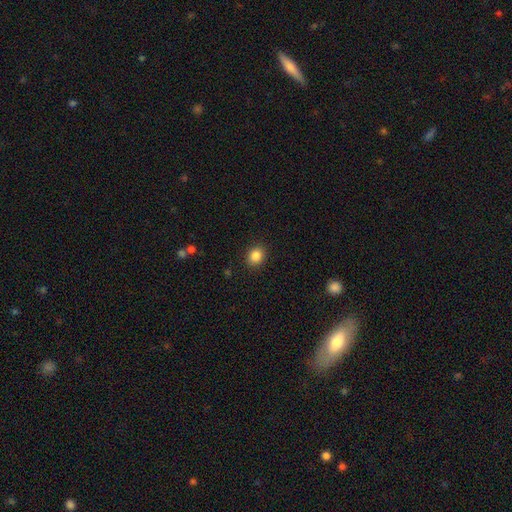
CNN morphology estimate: type=smooth (86%); roundness=round (75%); merging=none (91%).